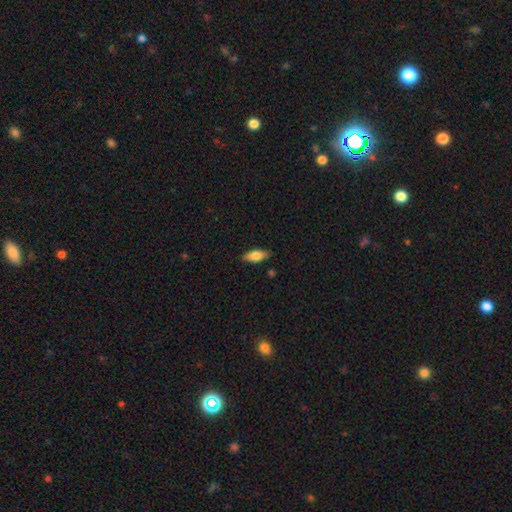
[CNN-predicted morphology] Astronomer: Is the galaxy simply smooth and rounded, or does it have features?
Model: smooth — 72%.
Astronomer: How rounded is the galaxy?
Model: in between — 76%.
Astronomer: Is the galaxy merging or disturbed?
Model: none — 87%.